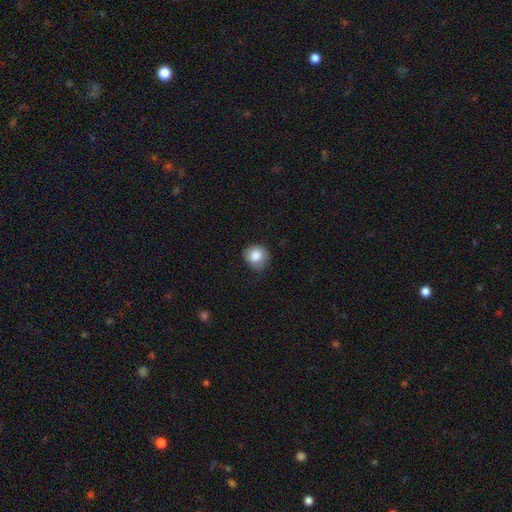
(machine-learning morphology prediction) This appears to be a smooth galaxy with no disk features (85%) that is round (84%). Merging: none (65%).